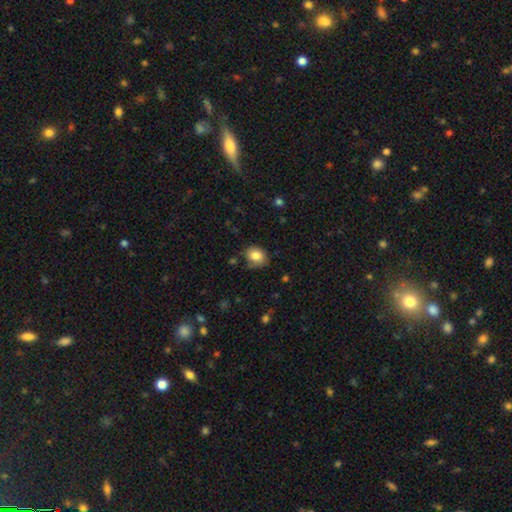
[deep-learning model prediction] This is clearly a smooth galaxy (81%). How rounded: possibly in between (50%). Merging: likely none (71%).